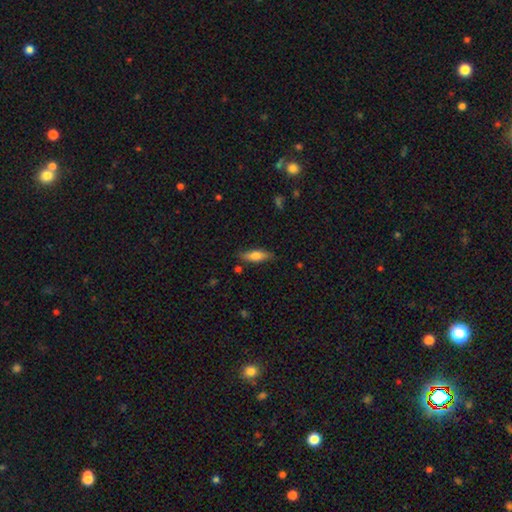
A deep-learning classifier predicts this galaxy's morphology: smooth-or-featured: smooth: 69% | featured or disk: 25% | star or artifact: 6%
  how-rounded: in between: 52% | cigar-shaped: 46% | round: 2%
  merging: none: 80% | minor disturbance: 15% | major disturbance: 3% | merger: 2%